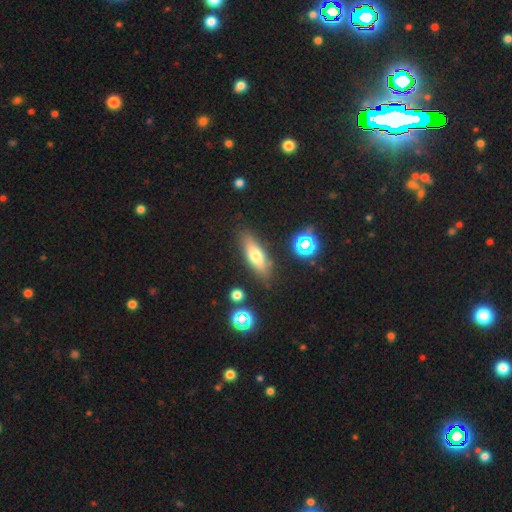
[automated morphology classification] Smooth or featured?
  - smooth: 62% *
  - featured or disk: 28%
  - star or artifact: 10%
How rounded?
  - in between: 54% *
  - cigar-shaped: 43%
  - round: 4%
Merging?
  - none: 82% *
  - minor disturbance: 12%
  - merger: 3%
  - major disturbance: 3%